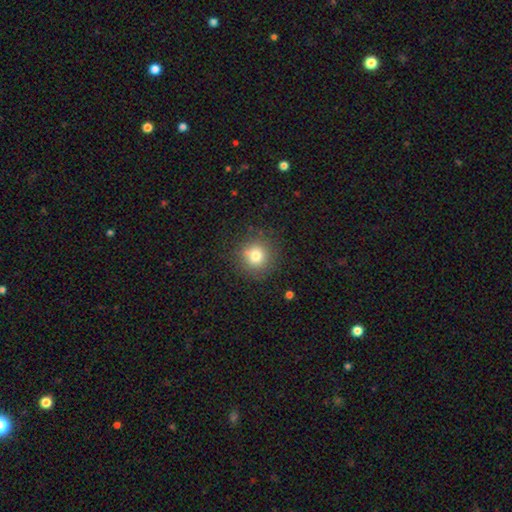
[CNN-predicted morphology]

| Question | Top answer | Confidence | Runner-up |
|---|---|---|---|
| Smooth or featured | smooth | 79% | star or artifact (13%) |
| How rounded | round | 92% | in between (7%) |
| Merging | none | 84% | minor disturbance (10%) |